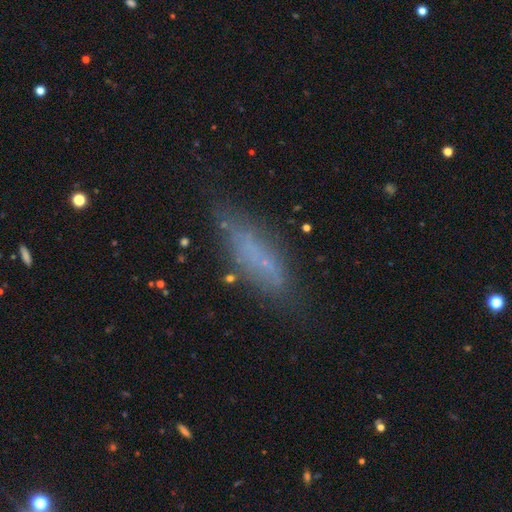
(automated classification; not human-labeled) smooth 54%, featured or disk 33%, star or artifact 12%. Down the decision tree: how rounded — cigar-shaped (61%); merging — none (67%).